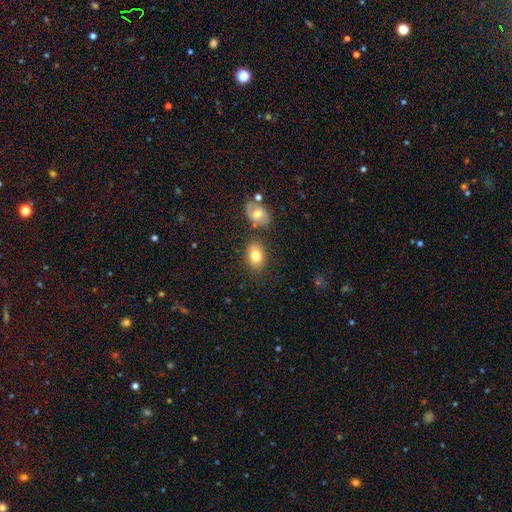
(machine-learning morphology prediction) smooth 78%, featured or disk 13%, star or artifact 8%. Down the decision tree: how rounded — in between (76%); merging — none (74%).